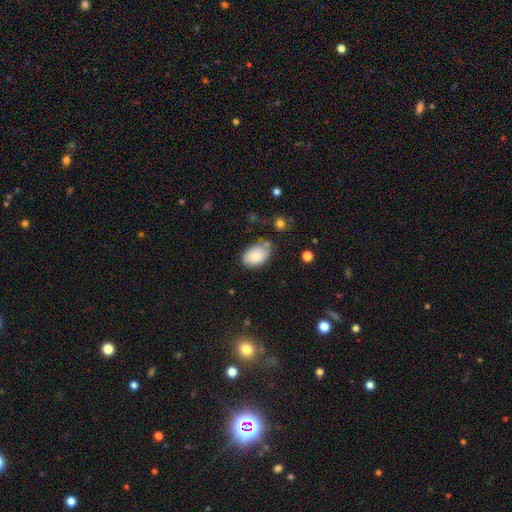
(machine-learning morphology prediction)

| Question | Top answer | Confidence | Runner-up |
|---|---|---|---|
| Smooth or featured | smooth | 77% | featured or disk (16%) |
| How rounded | in between | 89% | round (9%) |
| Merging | none | 63% | minor disturbance (26%) |